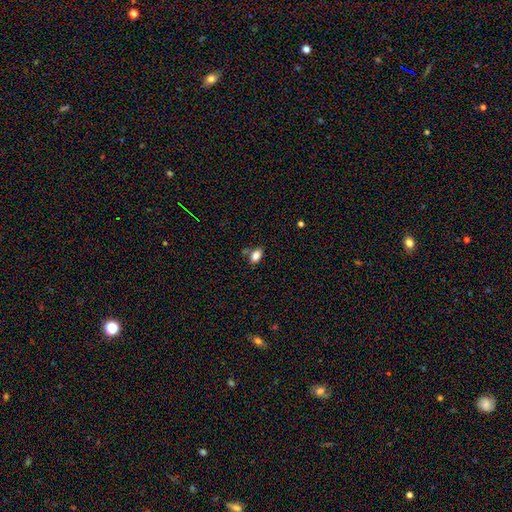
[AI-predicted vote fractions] Smooth or featured? Predicted: smooth (p=0.84). How rounded? Predicted: in between (p=0.88). Merging? Predicted: none (p=0.71).